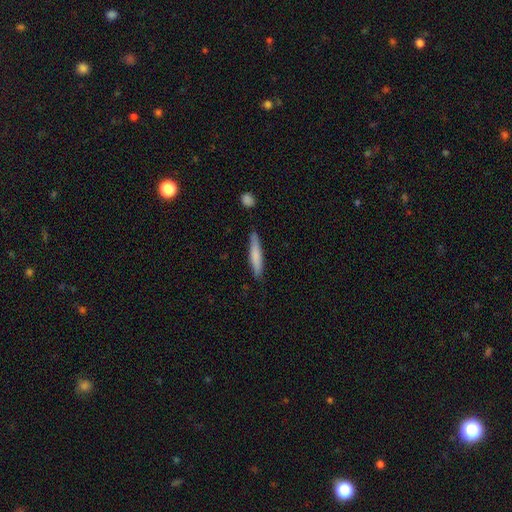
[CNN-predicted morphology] Overall: smooth (72%). How rounded: cigar-shaped (92%). Merging: none (84%).